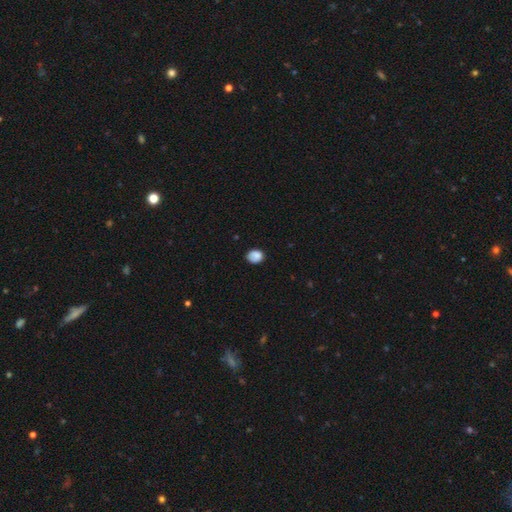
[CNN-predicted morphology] Smooth or featured?
  - smooth: 84% *
  - star or artifact: 9%
  - featured or disk: 7%
How rounded?
  - round: 53% *
  - in between: 46%
  - cigar-shaped: 1%
Merging?
  - none: 74% *
  - minor disturbance: 20%
  - major disturbance: 5%
  - merger: 2%